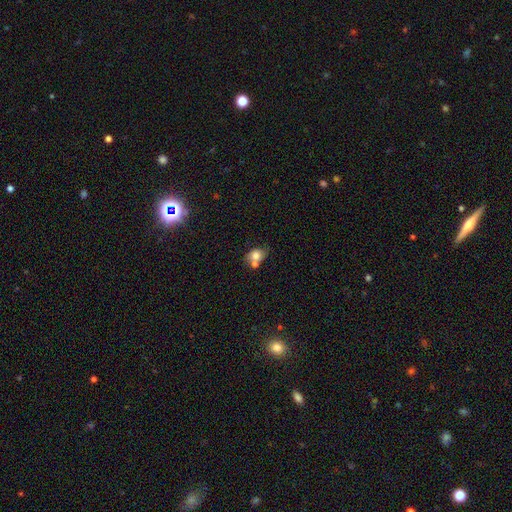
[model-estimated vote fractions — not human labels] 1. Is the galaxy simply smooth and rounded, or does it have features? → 75% smooth, 15% featured or disk, 11% star or artifact.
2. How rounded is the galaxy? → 54% in between, 45% round, 1% cigar-shaped.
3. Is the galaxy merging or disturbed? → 42% none, 39% merger, 14% minor disturbance, 5% major disturbance.